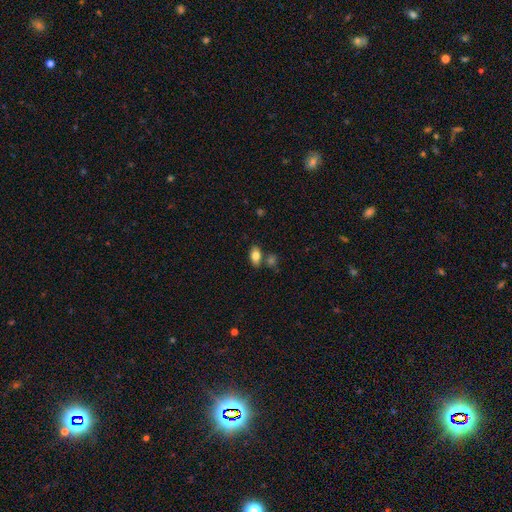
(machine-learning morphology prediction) Smooth or featured? Predicted: smooth (p=0.81). How rounded? Predicted: in between (p=0.89). Merging? Predicted: none (p=0.71).